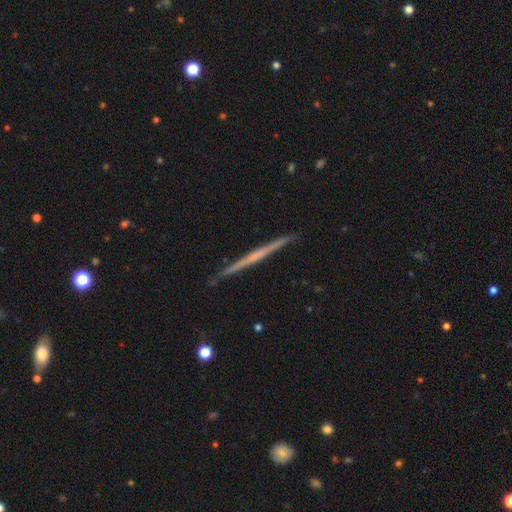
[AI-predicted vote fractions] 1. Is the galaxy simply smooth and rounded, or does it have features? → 65% featured or disk, 30% smooth, 5% star or artifact.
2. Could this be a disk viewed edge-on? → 98% yes, 2% no.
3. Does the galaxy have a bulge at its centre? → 81% none, 14% rounded, 5% boxy.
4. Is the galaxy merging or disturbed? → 90% none, 7% minor disturbance, 1% major disturbance, 1% merger.